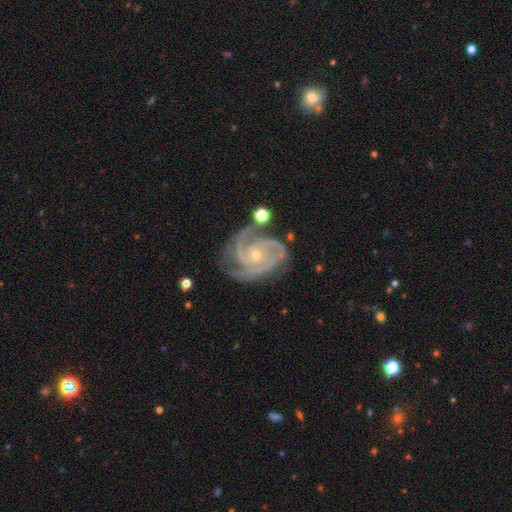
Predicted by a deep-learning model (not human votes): This is clearly a featured or disk galaxy (93%). It is clearly not viewed edge-on (98%). Bar: likely no (73%). Spiral arm pattern: clearly yes (99%). Spiral arm count: possibly 3 (56%). Spiral winding: possibly tight (60%). Central bulge: likely small (75%). Merging: likely none (67%).